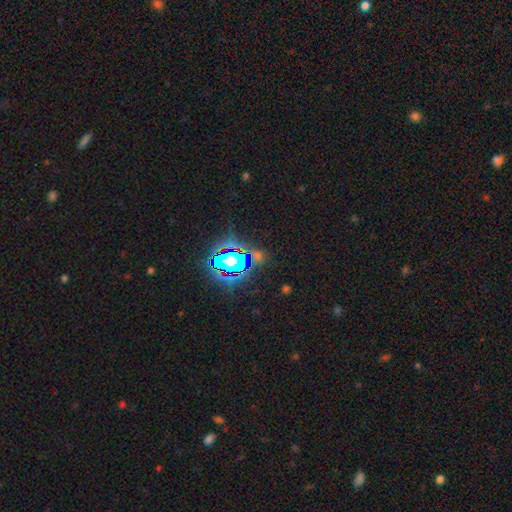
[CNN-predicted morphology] Q: Smooth or featured?
A: star or artifact (70%); runner-up: smooth (19%)